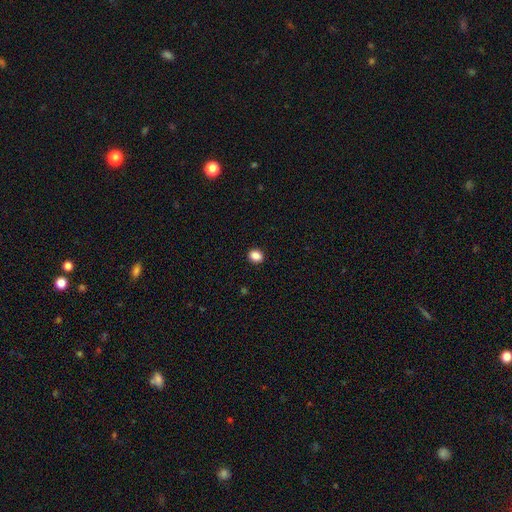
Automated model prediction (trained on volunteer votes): Smooth or featured? smooth (87%)
How rounded? round (57%)
Merging? none (91%)